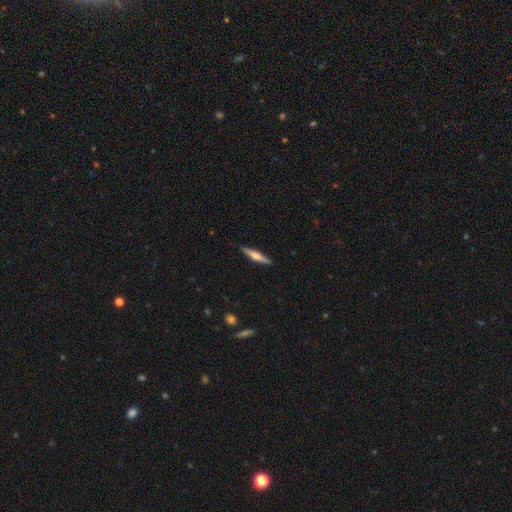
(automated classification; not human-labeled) Smooth or featured? Predicted: featured or disk (p=0.62). Edge-on disk? Predicted: yes (p=0.98). Edge-on bulge? Predicted: rounded (p=0.84). Merging? Predicted: none (p=0.91).